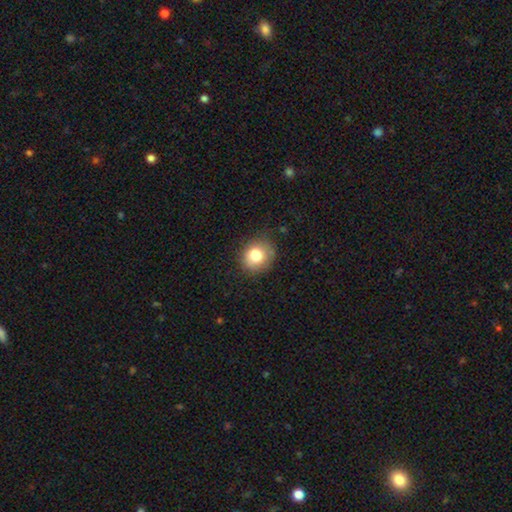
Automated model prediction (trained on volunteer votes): smooth 80%, star or artifact 10%, featured or disk 10%. Down the decision tree: how rounded — round (76%); merging — none (79%).